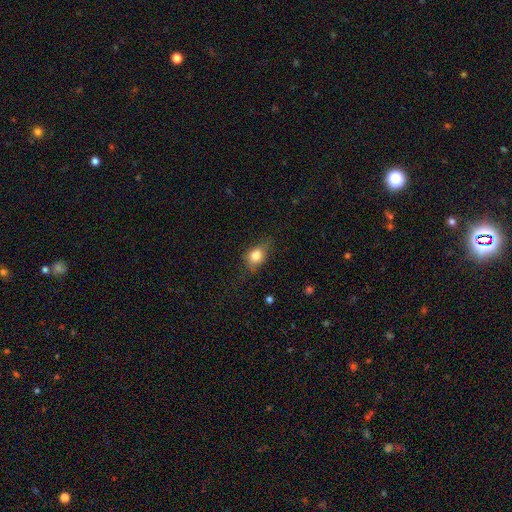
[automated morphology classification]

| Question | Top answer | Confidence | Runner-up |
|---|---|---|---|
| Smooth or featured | smooth | 79% | featured or disk (12%) |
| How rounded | in between | 60% | round (37%) |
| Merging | none | 59% | minor disturbance (28%) |